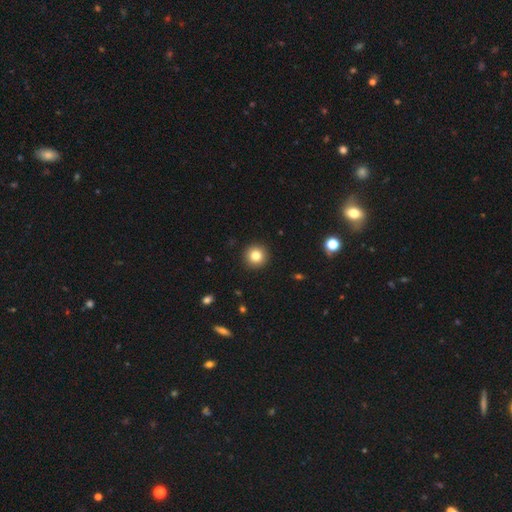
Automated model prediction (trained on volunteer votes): smooth-or-featured: smooth: 82% | star or artifact: 11% | featured or disk: 8%
  how-rounded: round: 95% | in between: 4% | cigar-shaped: 1%
  merging: none: 93% | minor disturbance: 5% | major disturbance: 2% | merger: 1%